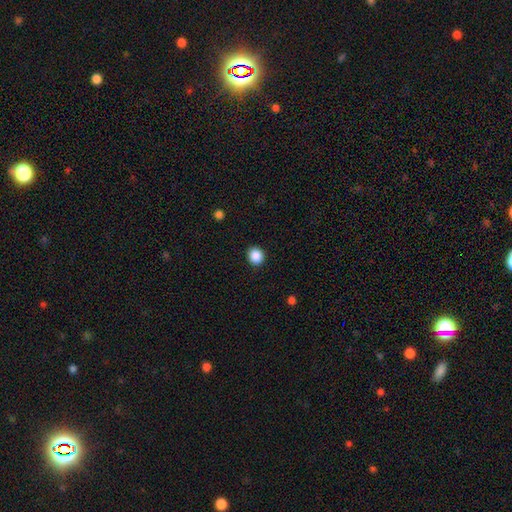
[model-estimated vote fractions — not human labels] The model was most divided on "how rounded": round: 81%, in between: 18%, cigar-shaped: 1%. More confident: merging — none (91%); smooth or featured — smooth (88%).